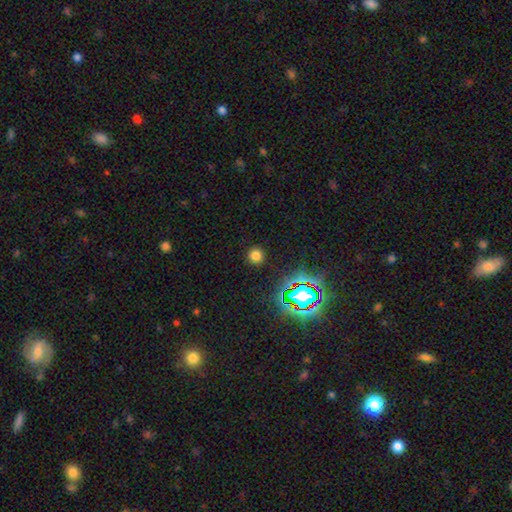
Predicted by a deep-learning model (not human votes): smooth_or_featured: smooth (p=0.72) [alt: star or artifact p=0.22]
how_rounded: round (p=0.93) [alt: in between p=0.06]
merging: none (p=0.90) [alt: minor disturbance p=0.06]